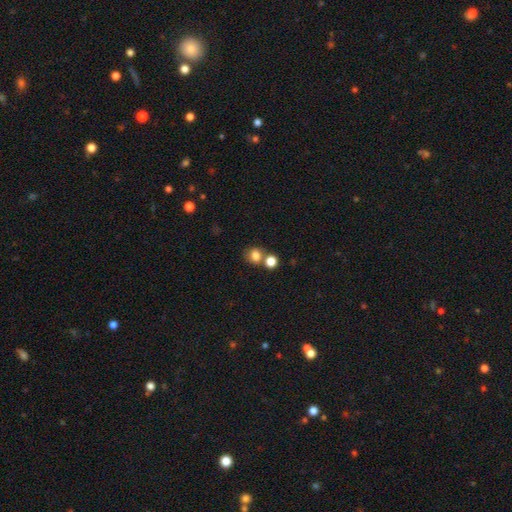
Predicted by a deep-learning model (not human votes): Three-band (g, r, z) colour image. It shows a smooth galaxy with no disk features (81%) that is round (75%). Merging: none (54%).